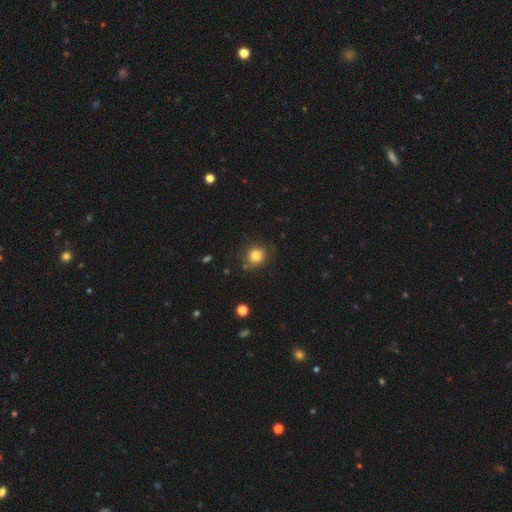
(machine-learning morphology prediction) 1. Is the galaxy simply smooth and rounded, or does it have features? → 81% smooth, 12% star or artifact, 7% featured or disk.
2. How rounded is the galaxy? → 84% round, 15% in between, 1% cigar-shaped.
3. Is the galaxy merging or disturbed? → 80% none, 13% minor disturbance, 4% major disturbance, 3% merger.